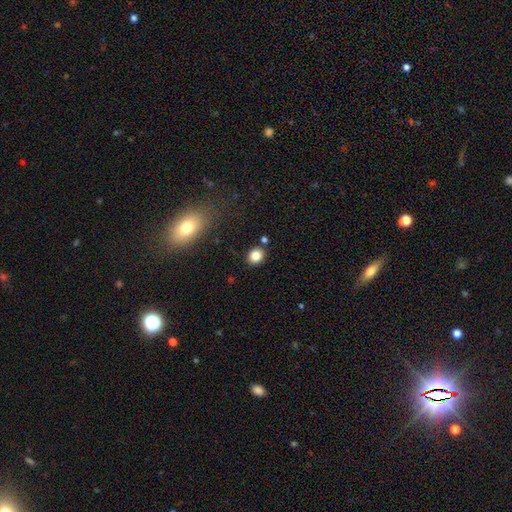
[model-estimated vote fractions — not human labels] Q: Smooth or featured?
A: smooth (82%); runner-up: star or artifact (11%)
Q: How rounded?
A: round (67%); runner-up: in between (32%)
Q: Merging?
A: none (84%); runner-up: minor disturbance (9%)